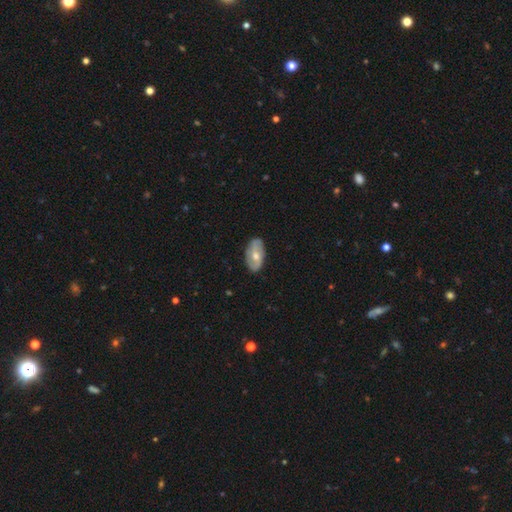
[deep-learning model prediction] Overall: featured or disk (57%; smooth 37%). Edge-on disk: no (92%). Bar: no (55%; weak 36%). Spiral arms: yes (72%). Bulge size: moderate (71%). Merging: none (82%).